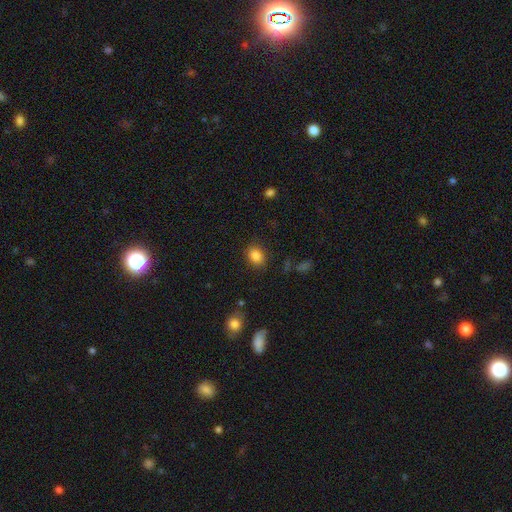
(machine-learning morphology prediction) This appears to be a smooth galaxy with no disk features (86%) that is in between round and cigar-shaped (65%). Merging: none (84%).